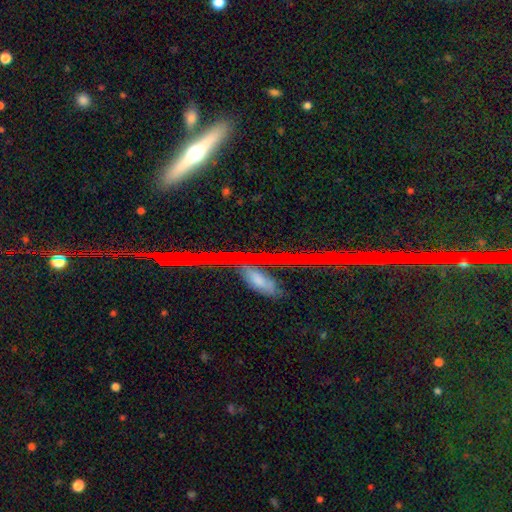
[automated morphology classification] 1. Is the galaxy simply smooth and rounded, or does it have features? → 45% star or artifact, 40% featured or disk, 15% smooth.